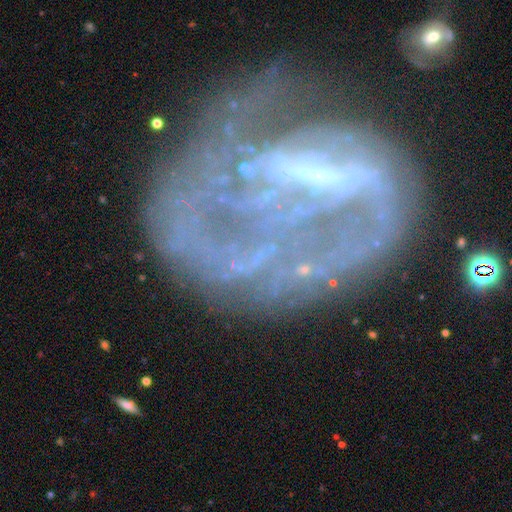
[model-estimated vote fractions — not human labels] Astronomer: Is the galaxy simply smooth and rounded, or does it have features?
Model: featured or disk — 76%.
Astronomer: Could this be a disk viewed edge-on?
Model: no — 95%.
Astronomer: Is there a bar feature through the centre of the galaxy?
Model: strong — 38% (runner-up: weak, 31%).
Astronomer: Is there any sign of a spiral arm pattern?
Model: yes — 64%.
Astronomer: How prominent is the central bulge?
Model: none — 40% (runner-up: small, 37%).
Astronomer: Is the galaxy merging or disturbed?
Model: major disturbance — 38% (runner-up: none, 37%).